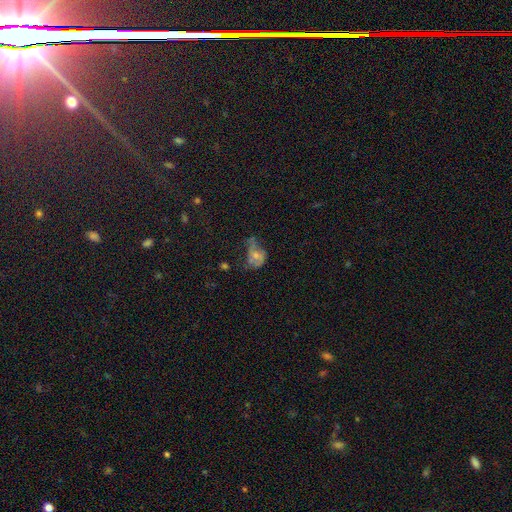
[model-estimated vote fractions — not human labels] Overall: smooth (43%; featured or disk 42%). Merging: major disturbance (41%; minor disturbance 27%).